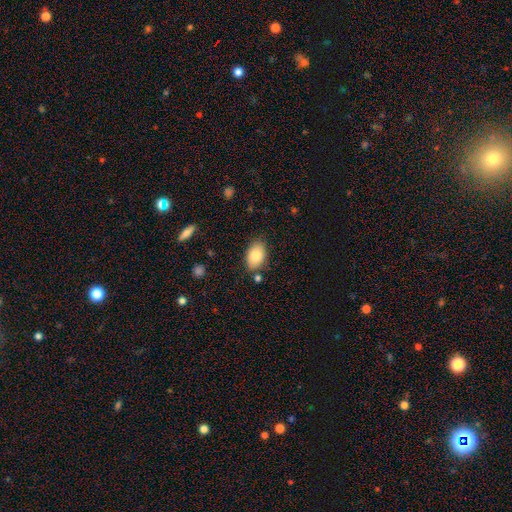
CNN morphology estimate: Q: Smooth or featured?
A: smooth (85%); runner-up: featured or disk (8%)
Q: How rounded?
A: in between (91%); runner-up: round (8%)
Q: Merging?
A: none (79%); runner-up: minor disturbance (14%)